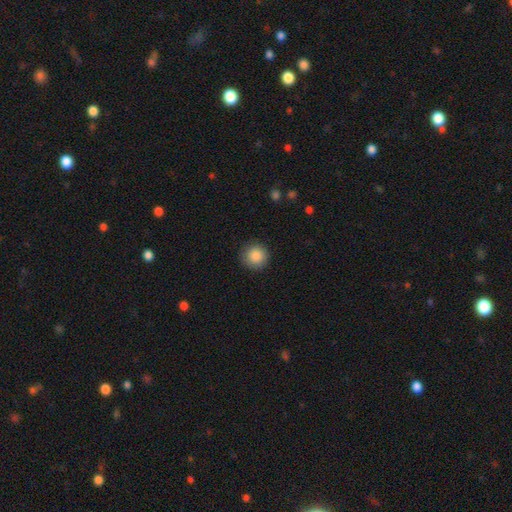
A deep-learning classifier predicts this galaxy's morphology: smooth 88%, star or artifact 8%, featured or disk 4%. Down the decision tree: how rounded — round (95%); merging — none (90%).